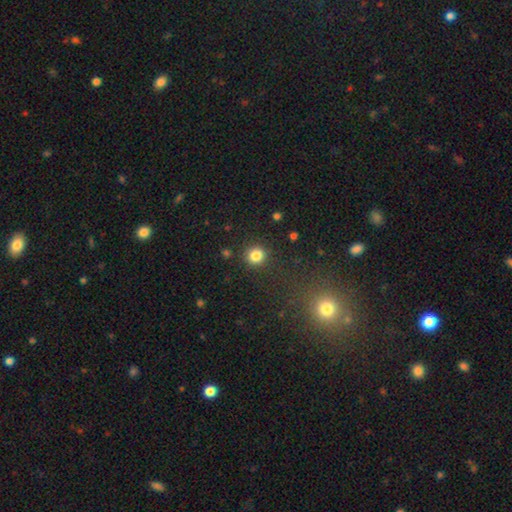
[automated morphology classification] A smooth galaxy with no disk features (84%) that is round (86%).

Vote fractions:
- Smooth or featured? smooth: 84% / star or artifact: 12% / featured or disk: 5%
- How rounded? round: 86% / in between: 13% / cigar-shaped: 1%
- Merging? none: 88% / minor disturbance: 7% / major disturbance: 3% / merger: 2%